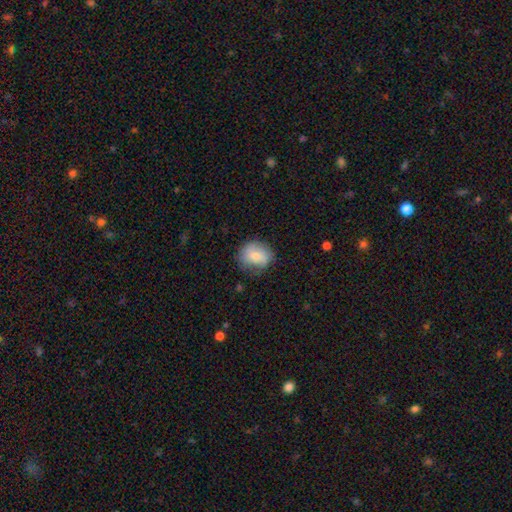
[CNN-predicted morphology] Overall: smooth (70%). How rounded: round (70%). Merging: none (71%).